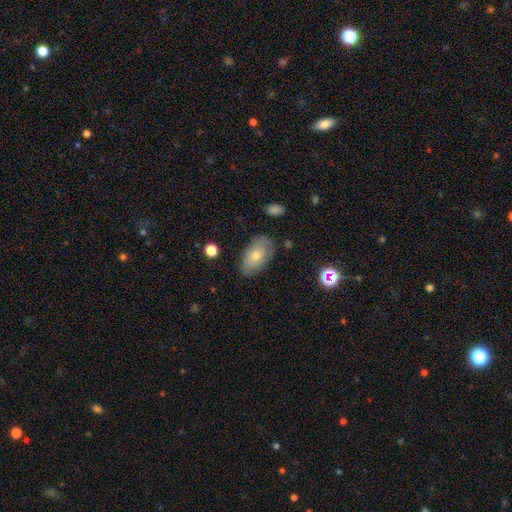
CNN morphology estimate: smooth-or-featured: smooth: 61% | featured or disk: 30% | star or artifact: 9%
  how-rounded: in between: 92% | round: 6% | cigar-shaped: 2%
  merging: none: 75% | minor disturbance: 19% | major disturbance: 4% | merger: 2%